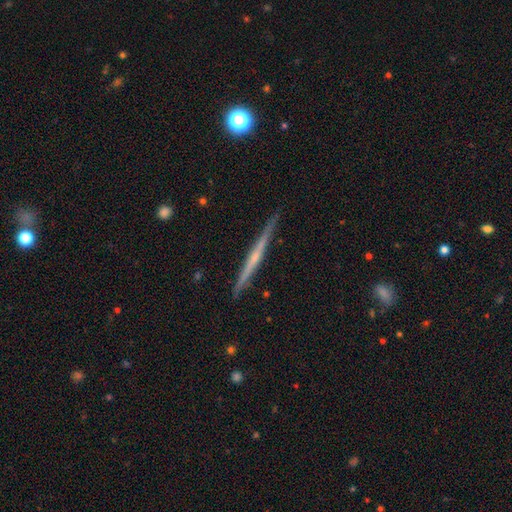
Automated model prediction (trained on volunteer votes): Smooth or featured? featured or disk (68%)
Edge-on disk? yes (98%)
Edge-on bulge? none (59%)
Merging? none (90%)